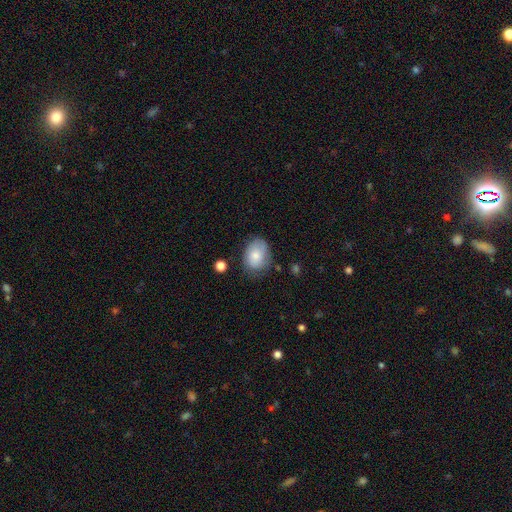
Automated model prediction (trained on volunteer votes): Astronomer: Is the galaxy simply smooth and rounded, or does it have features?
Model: smooth — 75%.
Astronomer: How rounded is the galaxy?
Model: in between — 69%.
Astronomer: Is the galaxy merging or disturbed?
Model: none — 65%.